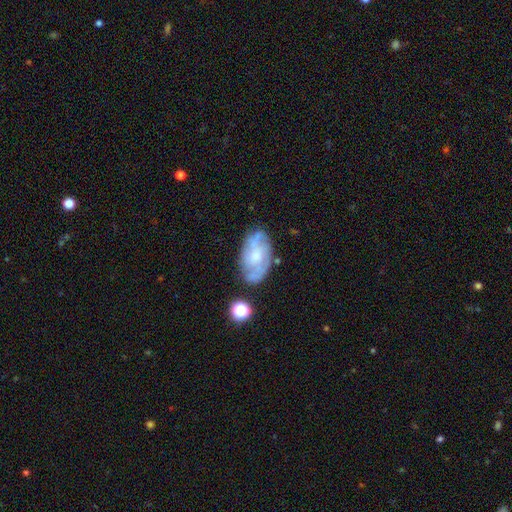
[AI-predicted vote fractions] Smooth or featured?
  - featured or disk: 67% *
  - smooth: 25%
  - star or artifact: 8%
Edge-on disk?
  - no: 95% *
  - yes: 5%
Bar?
  - no: 73% *
  - weak: 23%
  - strong: 4%
Spiral arms?
  - yes: 71% *
  - no: 29%
Bulge size?
  - moderate: 41% *
  - small: 37%
  - none: 13%
  - large: 7%
  - dominant: 2%
Merging?
  - none: 63% *
  - minor disturbance: 22%
  - major disturbance: 9%
  - merger: 6%